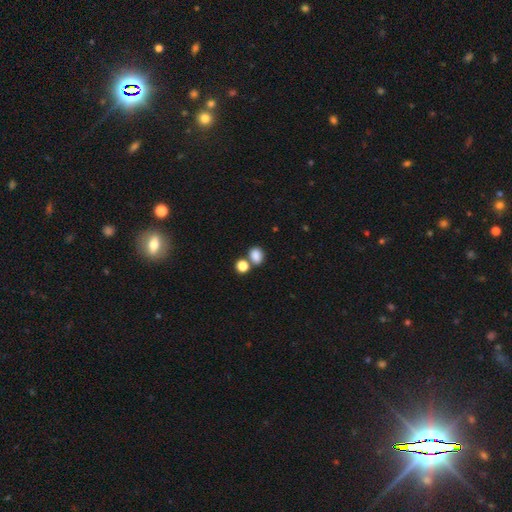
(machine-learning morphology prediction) smooth_or_featured: smooth (p=0.84) [alt: star or artifact p=0.11]
how_rounded: in between (p=0.52) [alt: round p=0.47]
merging: none (p=0.56) [alt: merger p=0.29]